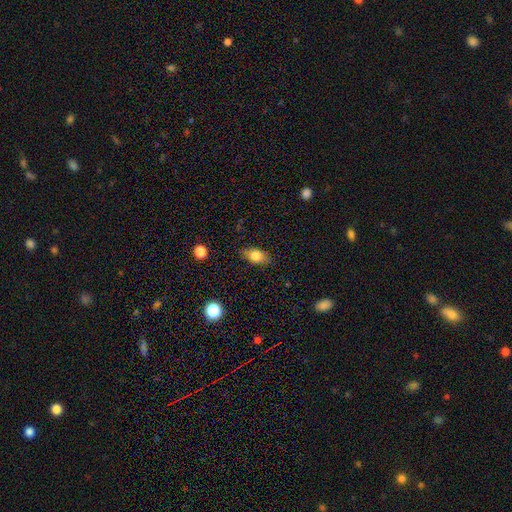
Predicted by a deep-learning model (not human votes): Smooth or featured: smooth — 76% (featured or disk — 15%)
How rounded: in between — 85% (round — 9%)
Merging: none — 83% (minor disturbance — 13%)